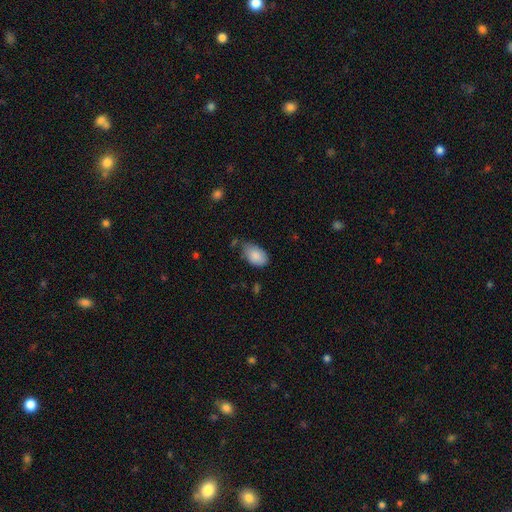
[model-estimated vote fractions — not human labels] smooth-or-featured: smooth: 87% | star or artifact: 7% | featured or disk: 6%
  how-rounded: in between: 91% | round: 8% | cigar-shaped: 1%
  merging: none: 58% | minor disturbance: 32% | major disturbance: 6% | merger: 4%